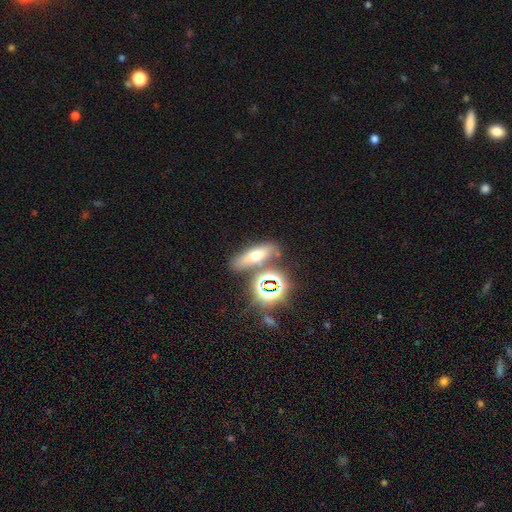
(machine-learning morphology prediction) Smooth or featured? smooth (50%)
How rounded? in between (44%)
Merging? none (70%)